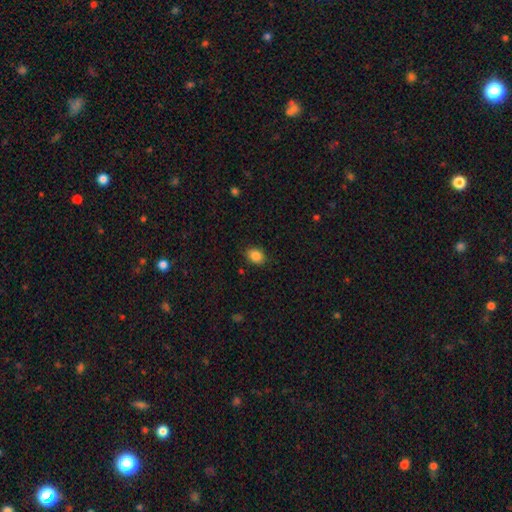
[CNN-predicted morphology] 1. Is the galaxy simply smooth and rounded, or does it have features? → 87% smooth, 9% star or artifact, 4% featured or disk.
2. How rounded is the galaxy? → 67% in between, 32% round, 1% cigar-shaped.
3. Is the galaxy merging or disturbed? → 86% none, 11% minor disturbance, 2% major disturbance, 1% merger.